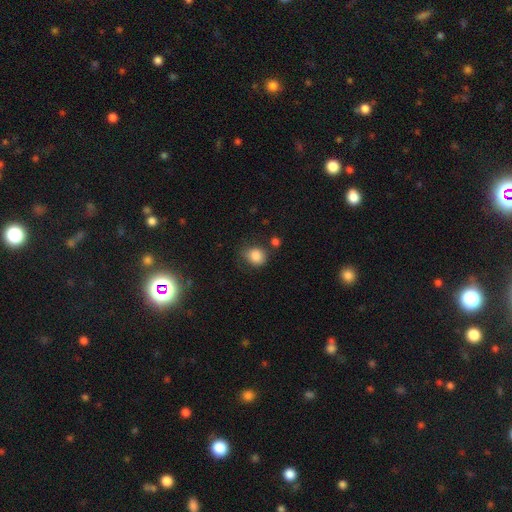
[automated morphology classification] smooth_or_featured: smooth (p=0.85) [alt: star or artifact p=0.10]
how_rounded: round (p=0.71) [alt: in between p=0.28]
merging: none (p=0.65) [alt: minor disturbance p=0.22]